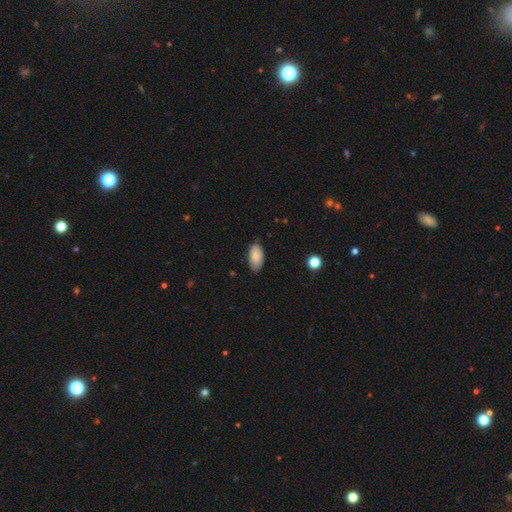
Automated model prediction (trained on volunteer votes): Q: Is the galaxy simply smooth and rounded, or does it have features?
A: smooth — 85%.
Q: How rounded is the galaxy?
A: in between — 94%.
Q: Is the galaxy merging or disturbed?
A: none — 79%.